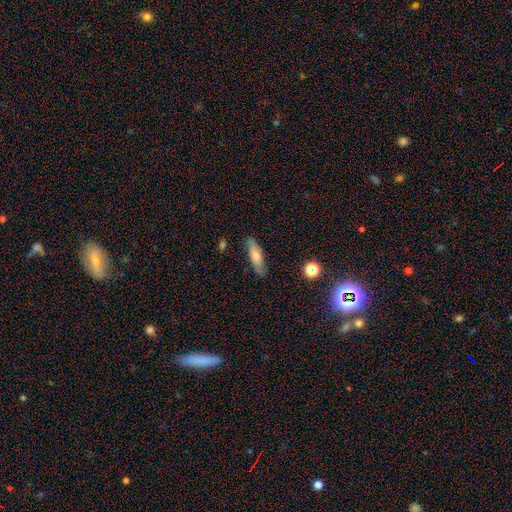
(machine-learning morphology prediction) Smooth or featured? Predicted: smooth (p=0.64). How rounded? Predicted: cigar-shaped (p=0.49). Merging? Predicted: none (p=0.79).